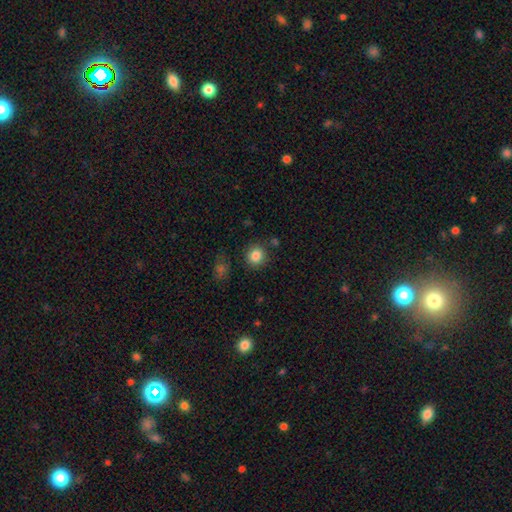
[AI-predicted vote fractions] A smooth galaxy with no disk features (84%) that is round (87%).

Vote fractions:
- Smooth or featured? smooth: 84% / star or artifact: 10% / featured or disk: 6%
- How rounded? round: 87% / in between: 12% / cigar-shaped: 1%
- Merging? none: 84% / minor disturbance: 9% / merger: 3% / major disturbance: 3%